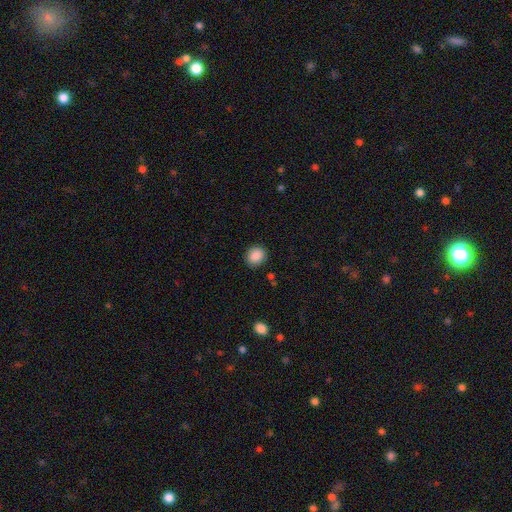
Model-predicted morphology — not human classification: smooth_or_featured: smooth (p=0.88) [alt: star or artifact p=0.08]
how_rounded: round (p=0.69) [alt: in between p=0.30]
merging: none (p=0.88) [alt: minor disturbance p=0.08]